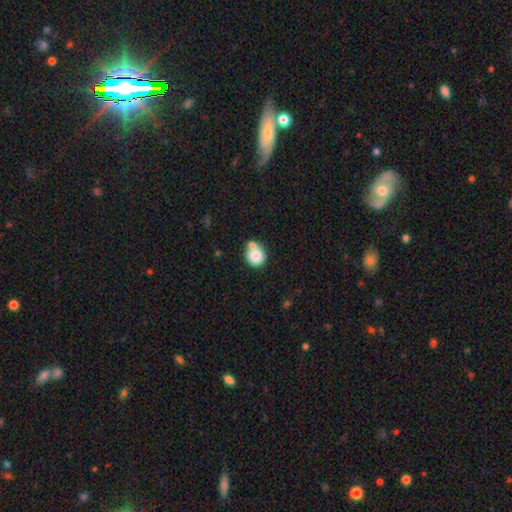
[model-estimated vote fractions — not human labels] Smooth or featured: smooth — 78% (featured or disk — 13%)
How rounded: round — 81% (in between — 18%)
Merging: none — 45% (merger — 40%)